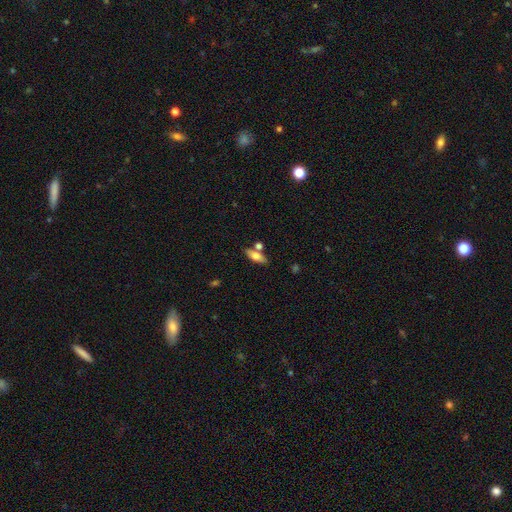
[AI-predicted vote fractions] smooth-or-featured: smooth: 68% | featured or disk: 25% | star or artifact: 7%
  how-rounded: in between: 64% | cigar-shaped: 32% | round: 4%
  merging: none: 70% | merger: 15% | minor disturbance: 11% | major disturbance: 3%